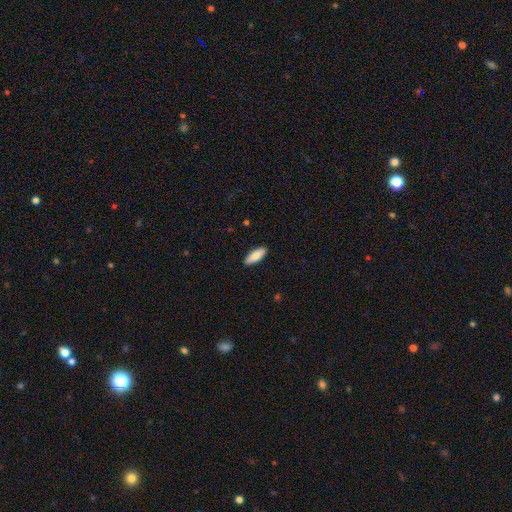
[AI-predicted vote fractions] Morphology: type=smooth (82%); roundness=in between (68%); merging=none (89%).